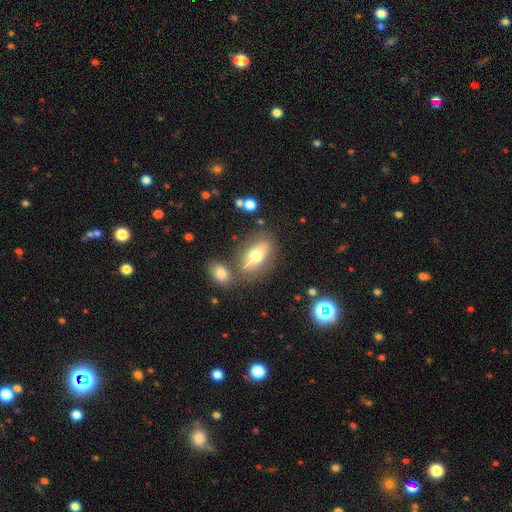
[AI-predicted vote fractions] smooth-or-featured: smooth: 59% | featured or disk: 33% | star or artifact: 8%
  how-rounded: in between: 79% | cigar-shaped: 15% | round: 6%
  merging: none: 70% | merger: 13% | minor disturbance: 13% | major disturbance: 5%